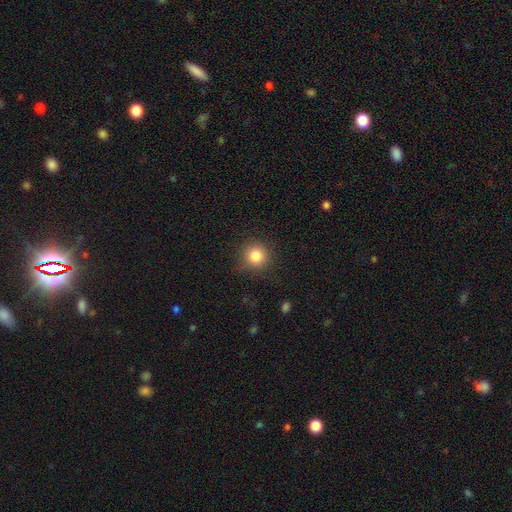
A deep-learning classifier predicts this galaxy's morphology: smooth-or-featured: smooth: 83% | star or artifact: 11% | featured or disk: 6%
  how-rounded: round: 93% | in between: 6% | cigar-shaped: 1%
  merging: none: 85% | minor disturbance: 11% | major disturbance: 3% | merger: 1%